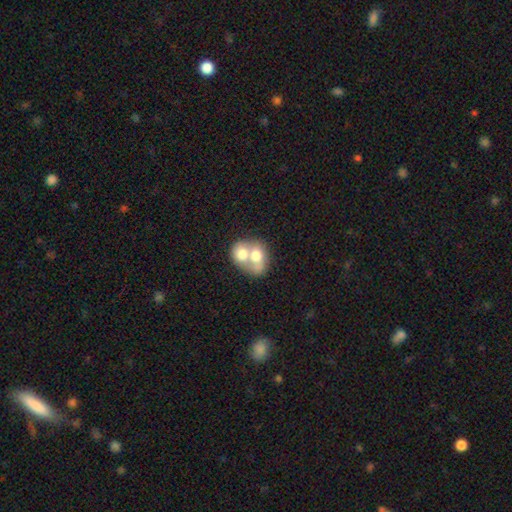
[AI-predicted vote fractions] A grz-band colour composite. It shows a smooth galaxy with no disk features (63%) that is in between round and cigar-shaped (51%). Merging: merger (76%).